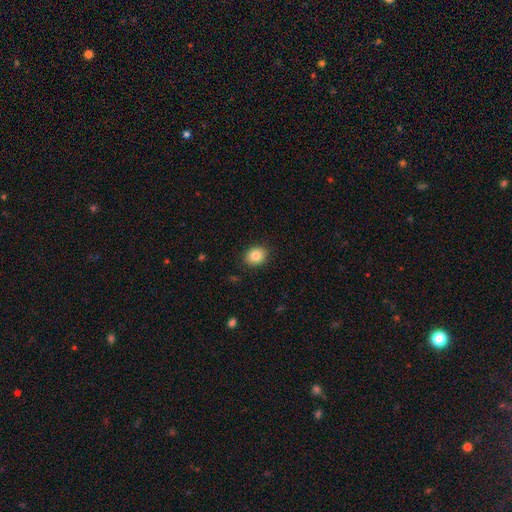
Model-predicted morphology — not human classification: The model was most divided on "how rounded": round: 52%, in between: 47%, cigar-shaped: 1%. More confident: merging — none (89%); smooth or featured — smooth (84%).